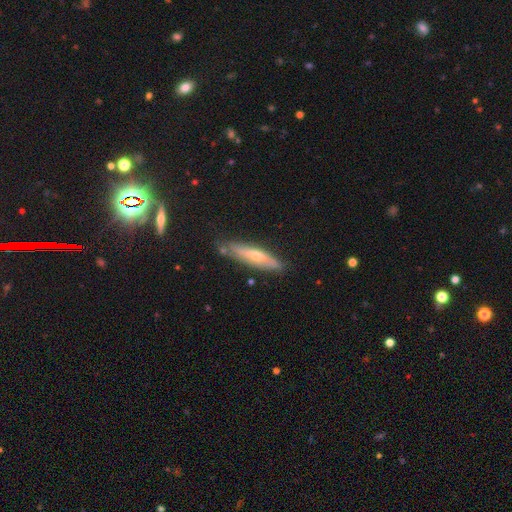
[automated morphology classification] This is possibly a featured or disk galaxy (55%). It is likely viewed edge-on (76%). Merging: likely none (74%).